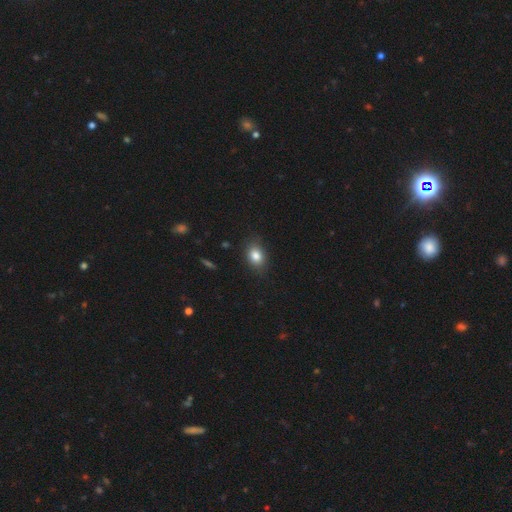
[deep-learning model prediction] Smooth or featured? Predicted: smooth (p=0.83). How rounded? Predicted: in between (p=0.70). Merging? Predicted: none (p=0.83).